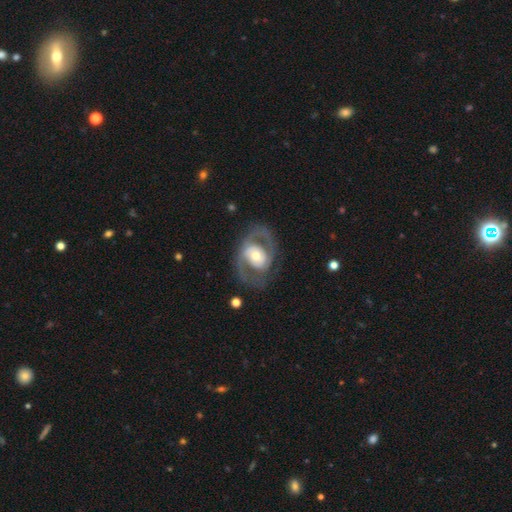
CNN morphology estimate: A featured or disk galaxy (80%) with no bar (55%), 2 (85%) medium (52%) spiral arms (79%) and a moderate central bulge (59%). Merging: none (71%).